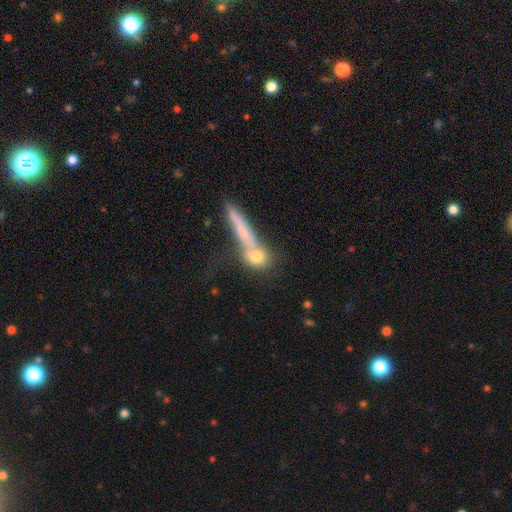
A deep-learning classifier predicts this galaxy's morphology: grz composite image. It shows a smooth galaxy with no disk features (73%) that is round (52%). Merging: none (46%).